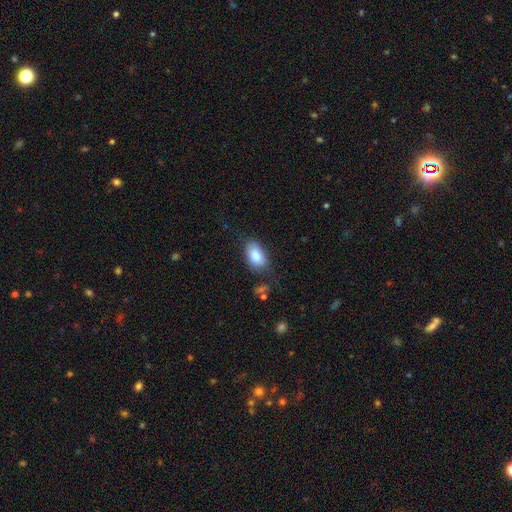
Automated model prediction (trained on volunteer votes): smooth 83%, featured or disk 10%, star or artifact 7%. Down the decision tree: how rounded — in between (92%); merging — none (71%).